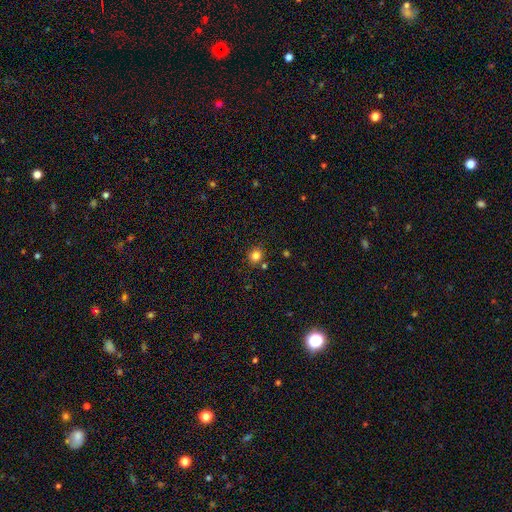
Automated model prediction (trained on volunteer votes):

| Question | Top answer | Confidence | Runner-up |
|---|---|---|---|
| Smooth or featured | smooth | 82% | star or artifact (13%) |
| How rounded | round | 84% | in between (16%) |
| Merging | none | 83% | minor disturbance (9%) |